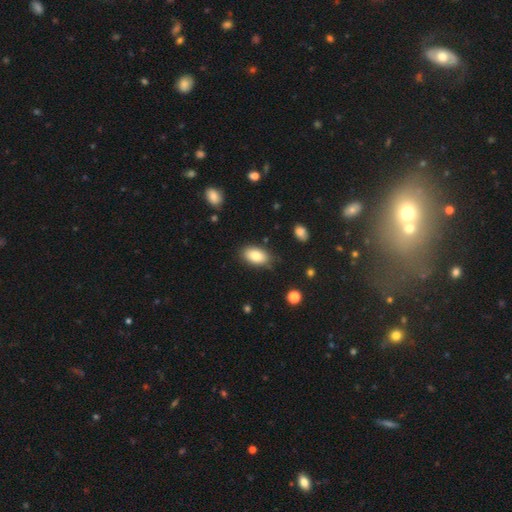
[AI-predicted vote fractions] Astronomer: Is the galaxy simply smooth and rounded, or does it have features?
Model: smooth — 83%.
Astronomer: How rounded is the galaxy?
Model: in between — 93%.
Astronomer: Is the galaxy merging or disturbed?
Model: none — 81%.